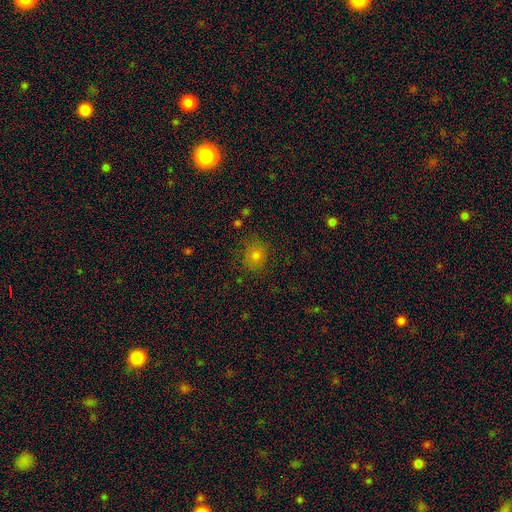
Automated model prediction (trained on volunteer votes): smooth_or_featured: smooth (p=0.75) [alt: star or artifact p=0.18]
how_rounded: round (p=0.73) [alt: in between p=0.26]
merging: none (p=0.81) [alt: minor disturbance p=0.13]